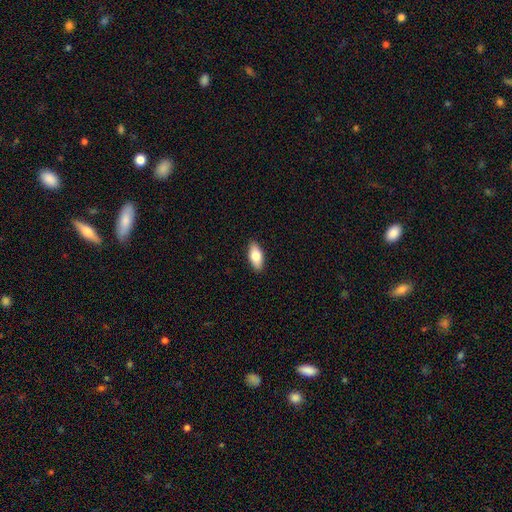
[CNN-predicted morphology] Q: Smooth or featured?
A: smooth (78%); runner-up: featured or disk (16%)
Q: How rounded?
A: in between (87%); runner-up: cigar-shaped (10%)
Q: Merging?
A: none (89%); runner-up: minor disturbance (8%)